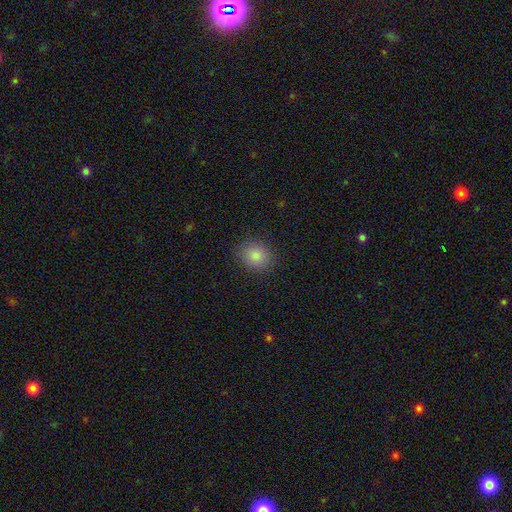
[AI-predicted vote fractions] A smooth galaxy with no disk features (83%) that is round (73%).

Vote fractions:
- Smooth or featured? smooth: 83% / star or artifact: 11% / featured or disk: 5%
- How rounded? round: 73% / in between: 26% / cigar-shaped: 1%
- Merging? none: 90% / minor disturbance: 7% / major disturbance: 2% / merger: 1%